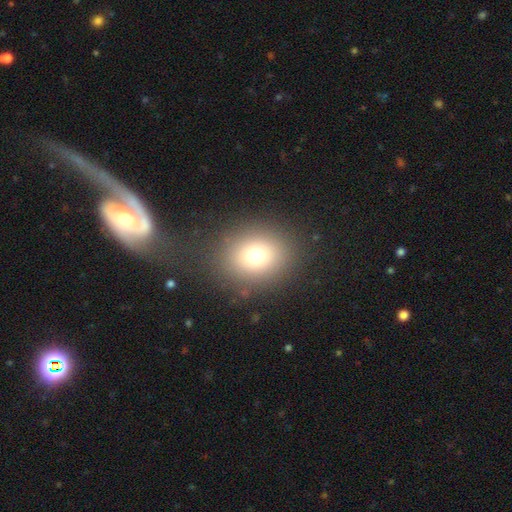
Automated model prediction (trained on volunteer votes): Overall: smooth (74%). How rounded: round (60%; in between 39%). Merging: none (78%).